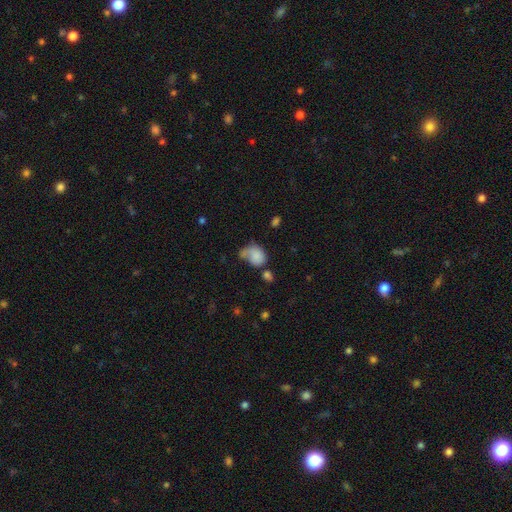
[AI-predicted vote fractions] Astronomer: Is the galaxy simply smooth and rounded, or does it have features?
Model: smooth — 74%.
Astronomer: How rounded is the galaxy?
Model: in between — 57% (runner-up: round, 42%).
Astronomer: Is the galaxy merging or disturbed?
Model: none — 30% (runner-up: major disturbance, 27%).